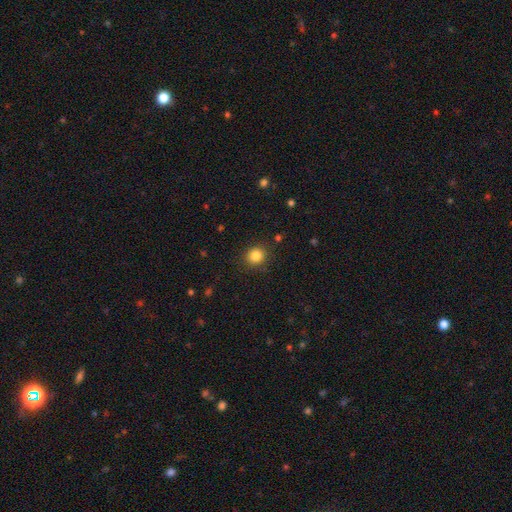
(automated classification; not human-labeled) smooth-or-featured: smooth: 84% | star or artifact: 11% | featured or disk: 5%
  how-rounded: round: 86% | in between: 13% | cigar-shaped: 1%
  merging: none: 88% | minor disturbance: 8% | major disturbance: 3% | merger: 1%